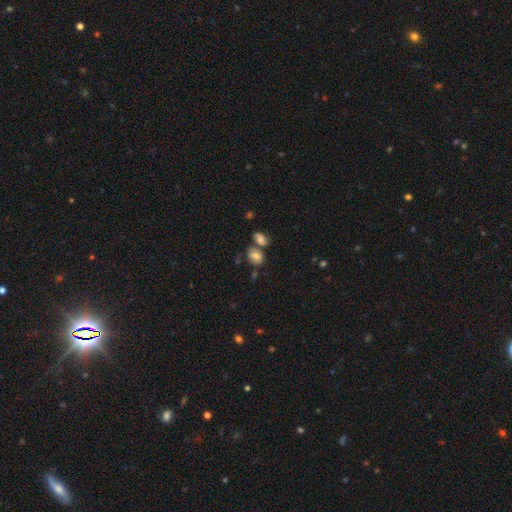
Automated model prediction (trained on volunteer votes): smooth 73%, featured or disk 16%, star or artifact 11%. Down the decision tree: how rounded — in between (70%); merging — none (46%).